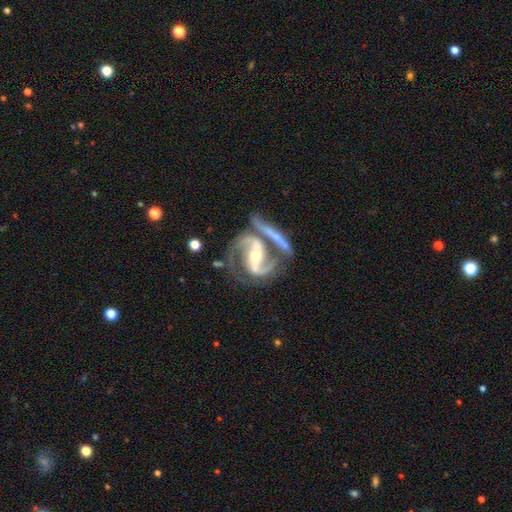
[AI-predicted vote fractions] This is clearly a featured or disk galaxy (92%). It is clearly not viewed edge-on (97%). Bar: possibly strong (55%). Spiral arm pattern: clearly yes (98%). Spiral arm count: clearly 2 (89%). Spiral winding: possibly medium (57%). Central bulge: possibly small (53%). Merging: marginally none (42%).